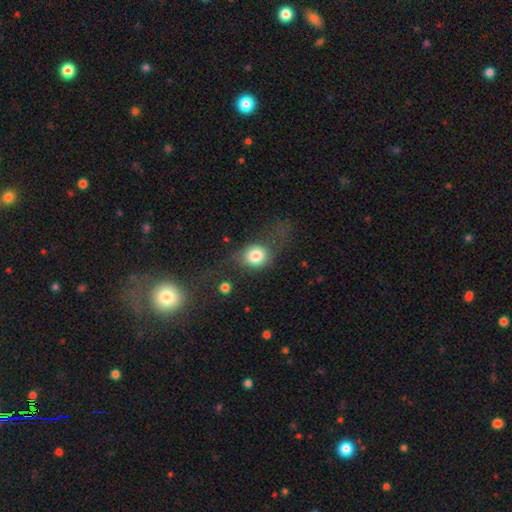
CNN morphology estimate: A smooth galaxy with no disk features (77%) that is round (70%). Merging: none (43%).